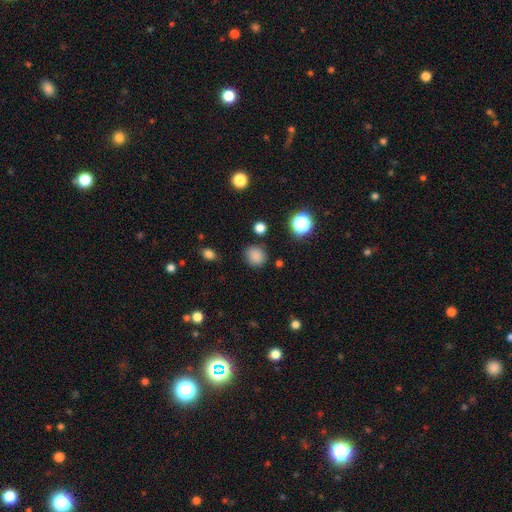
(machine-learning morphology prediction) A smooth galaxy with no disk features (82%) that is round (82%). Merging: none (83%).